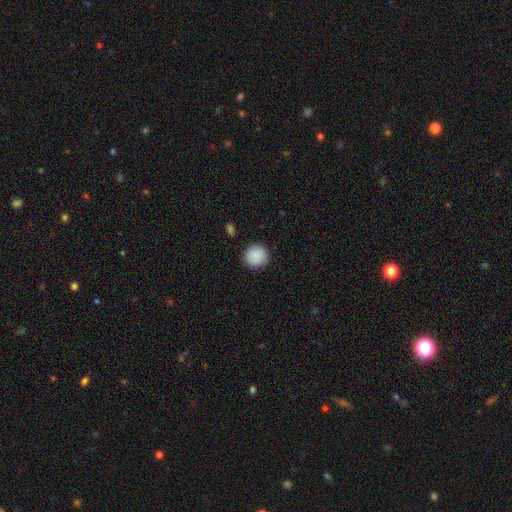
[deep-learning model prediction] This is clearly a smooth galaxy (89%). How rounded: clearly round (94%). Merging: clearly none (91%).